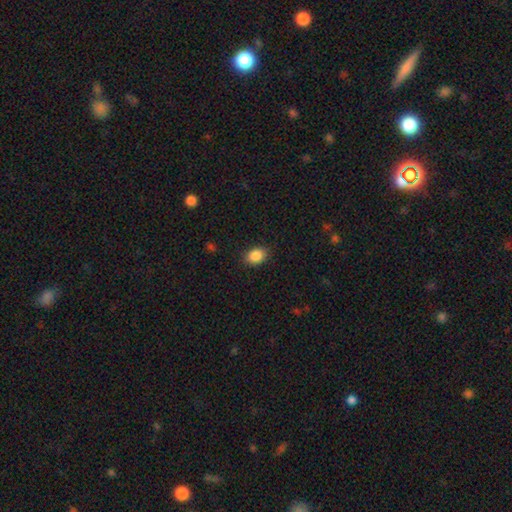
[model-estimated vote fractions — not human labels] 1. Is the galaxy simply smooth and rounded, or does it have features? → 88% smooth, 8% star or artifact, 4% featured or disk.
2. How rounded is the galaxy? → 69% in between, 30% round, 1% cigar-shaped.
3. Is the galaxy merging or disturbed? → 86% none, 10% minor disturbance, 3% major disturbance, 1% merger.